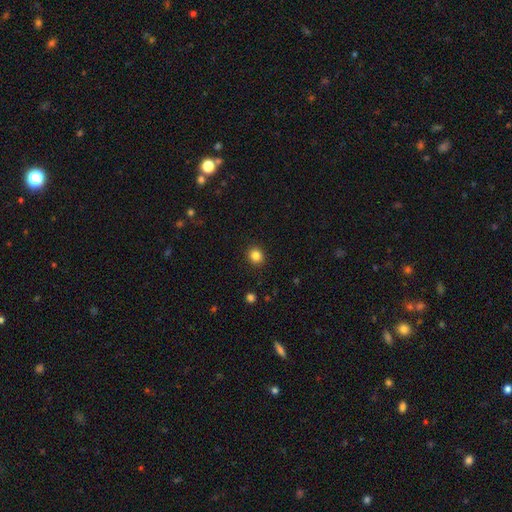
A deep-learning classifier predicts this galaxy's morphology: smooth_or_featured: smooth (p=0.84) [alt: star or artifact p=0.11]
how_rounded: round (p=0.84) [alt: in between p=0.15]
merging: none (p=0.91) [alt: minor disturbance p=0.06]